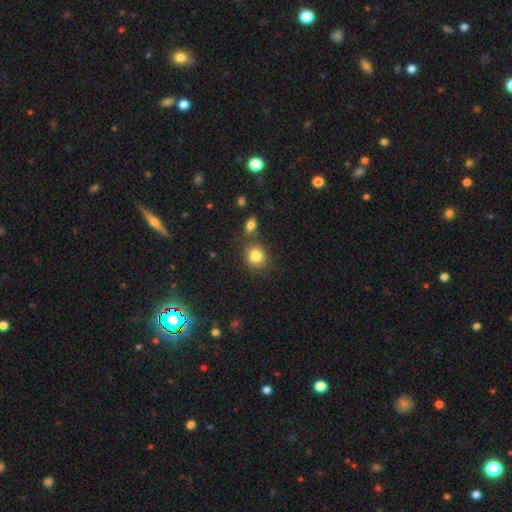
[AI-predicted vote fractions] smooth 84%, star or artifact 10%, featured or disk 7%. Down the decision tree: how rounded — round (77%); merging — none (74%).